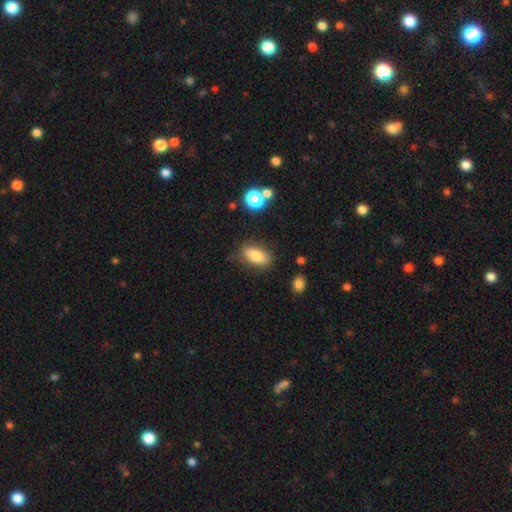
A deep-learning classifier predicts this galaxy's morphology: Q: Smooth or featured?
A: smooth (78%); runner-up: featured or disk (13%)
Q: How rounded?
A: in between (87%); runner-up: cigar-shaped (8%)
Q: Merging?
A: none (79%); runner-up: minor disturbance (14%)